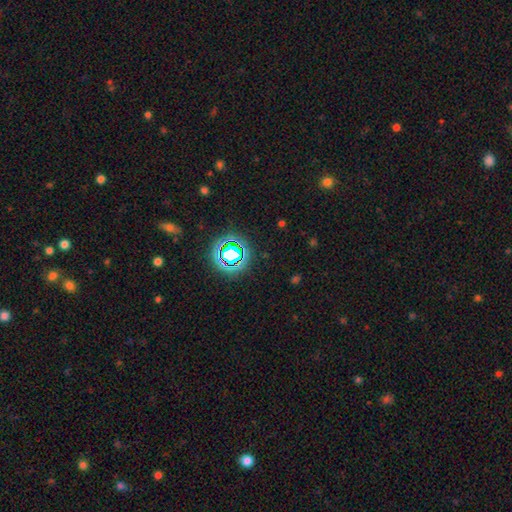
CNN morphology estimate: smooth-or-featured: star or artifact: 76% | smooth: 16% | featured or disk: 8%